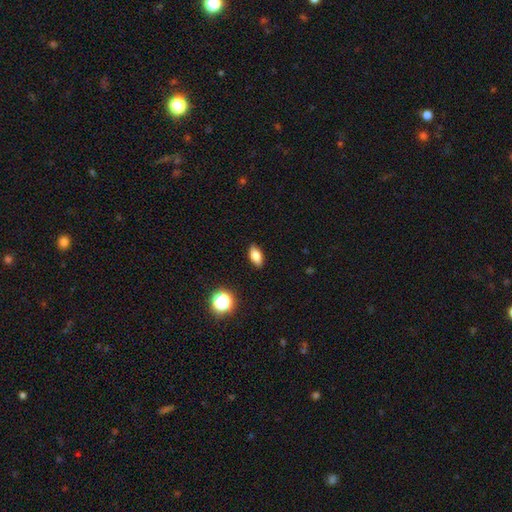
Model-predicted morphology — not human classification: The model was most divided on "smooth or featured": smooth: 78%, featured or disk: 11%, star or artifact: 10%. More confident: merging — none (89%); how rounded — in between (85%).